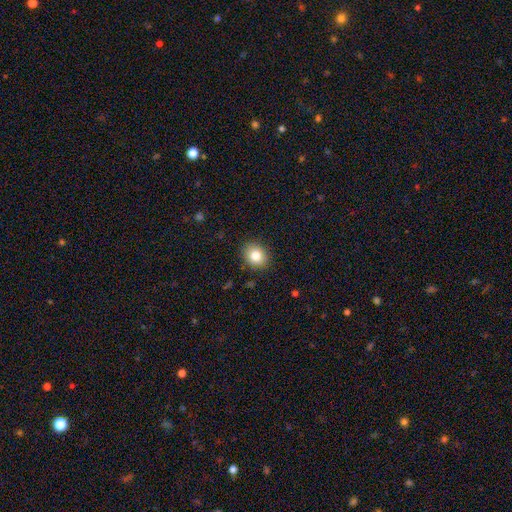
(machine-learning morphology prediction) The model was most divided on "how rounded": round: 58%, in between: 41%, cigar-shaped: 1%. More confident: merging — none (89%); smooth or featured — smooth (82%).